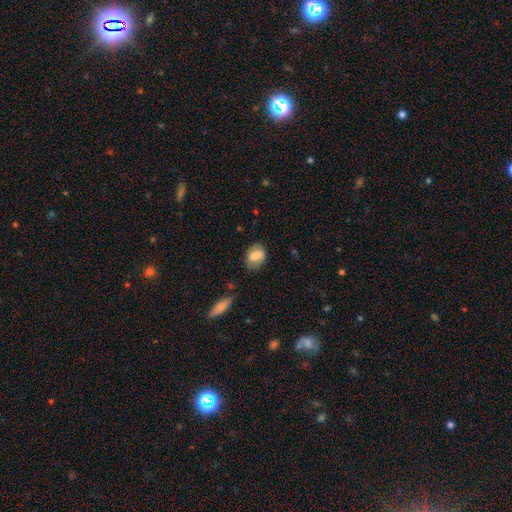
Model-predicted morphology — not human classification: Q: Smooth or featured?
A: smooth (65%); runner-up: featured or disk (27%)
Q: How rounded?
A: in between (69%); runner-up: round (29%)
Q: Merging?
A: none (74%); runner-up: minor disturbance (19%)